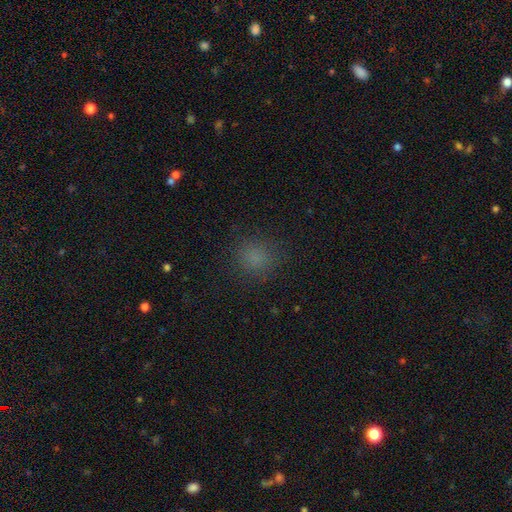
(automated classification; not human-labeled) Smooth or featured?
  - smooth: 77% *
  - star or artifact: 18%
  - featured or disk: 5%
How rounded?
  - round: 88% *
  - in between: 11%
  - cigar-shaped: 1%
Merging?
  - none: 87% *
  - minor disturbance: 9%
  - major disturbance: 4%
  - merger: 1%